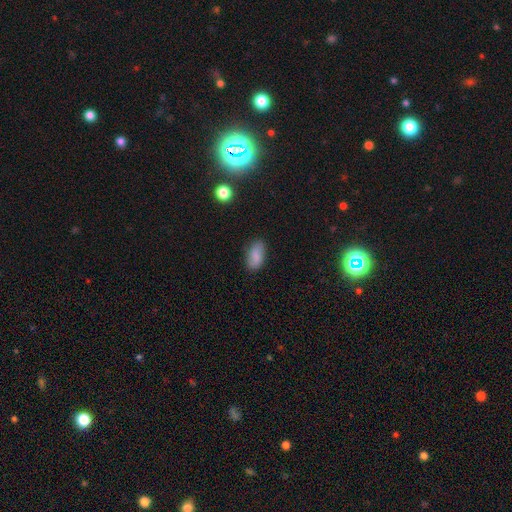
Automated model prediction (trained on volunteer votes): Smooth or featured? Predicted: smooth (p=0.80). How rounded? Predicted: in between (p=0.92). Merging? Predicted: none (p=0.80).